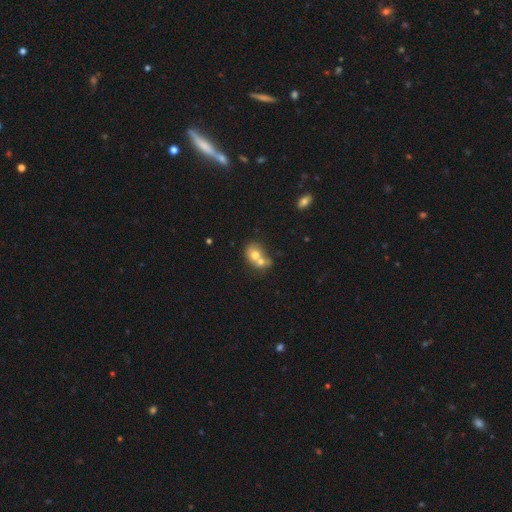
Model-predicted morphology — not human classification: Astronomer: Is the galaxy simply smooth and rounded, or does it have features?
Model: smooth — 68%.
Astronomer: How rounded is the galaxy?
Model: round — 57% (runner-up: in between, 41%).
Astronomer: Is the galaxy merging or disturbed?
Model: merger — 68%.